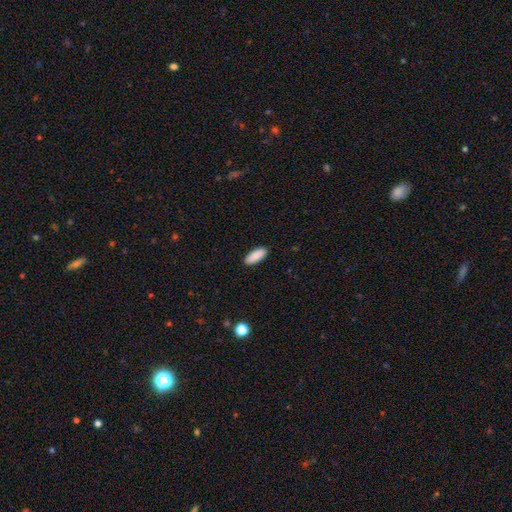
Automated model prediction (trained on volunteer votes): smooth-or-featured: smooth: 90% | star or artifact: 6% | featured or disk: 4%
  how-rounded: in between: 75% | cigar-shaped: 23% | round: 2%
  merging: none: 91% | minor disturbance: 7% | major disturbance: 2% | merger: 1%